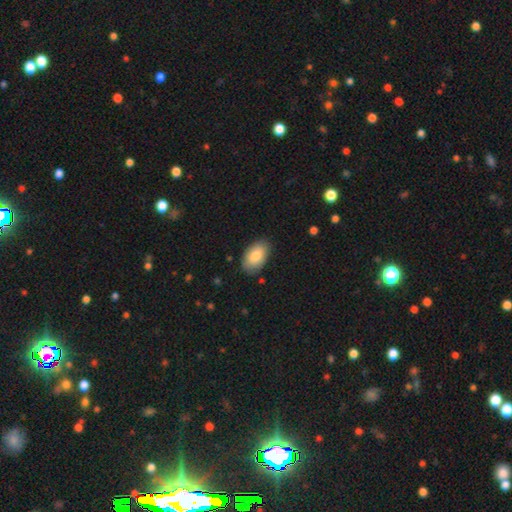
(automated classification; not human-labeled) Smooth or featured?
  - smooth: 83% *
  - featured or disk: 11%
  - star or artifact: 6%
How rounded?
  - in between: 94% *
  - round: 5%
  - cigar-shaped: 1%
Merging?
  - none: 83% *
  - minor disturbance: 13%
  - major disturbance: 2%
  - merger: 1%